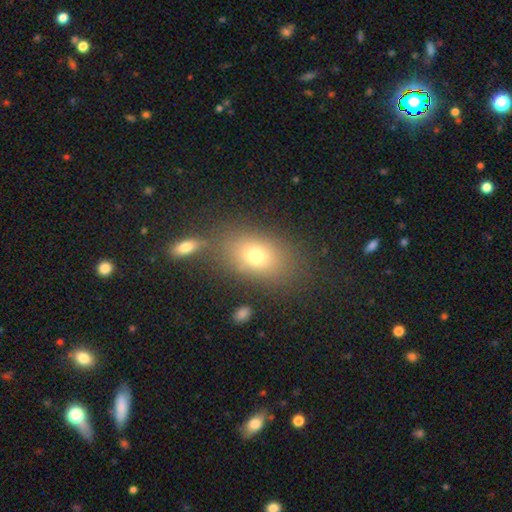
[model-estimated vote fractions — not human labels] Q: Smooth or featured?
A: smooth (72%); runner-up: featured or disk (15%)
Q: How rounded?
A: in between (79%); runner-up: round (19%)
Q: Merging?
A: none (70%); runner-up: minor disturbance (12%)